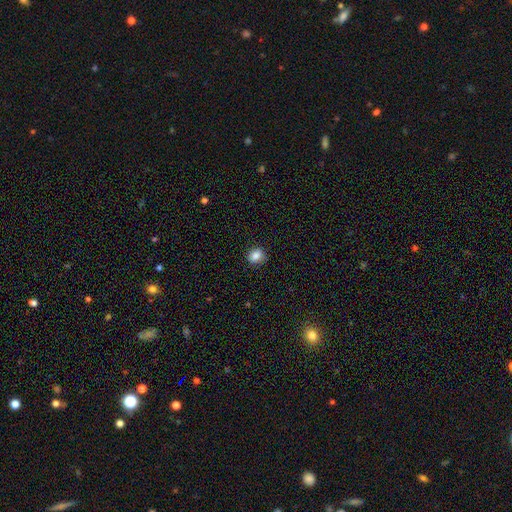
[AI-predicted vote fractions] Morphology: type=smooth (84%); roundness=round (61%); merging=none (86%).